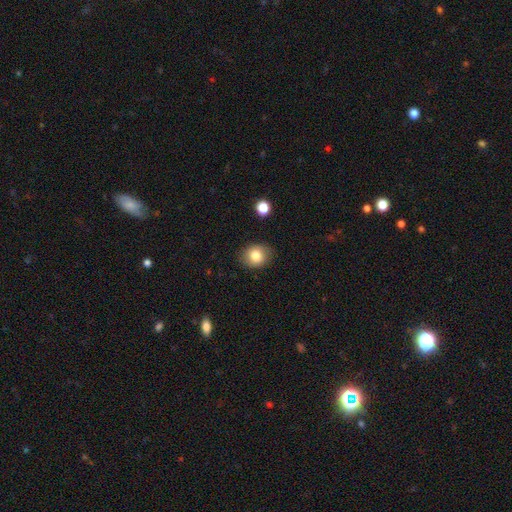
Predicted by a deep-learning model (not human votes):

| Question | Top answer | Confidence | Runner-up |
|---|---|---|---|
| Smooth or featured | smooth | 82% | star or artifact (9%) |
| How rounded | round | 56% | in between (44%) |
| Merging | none | 85% | minor disturbance (11%) |